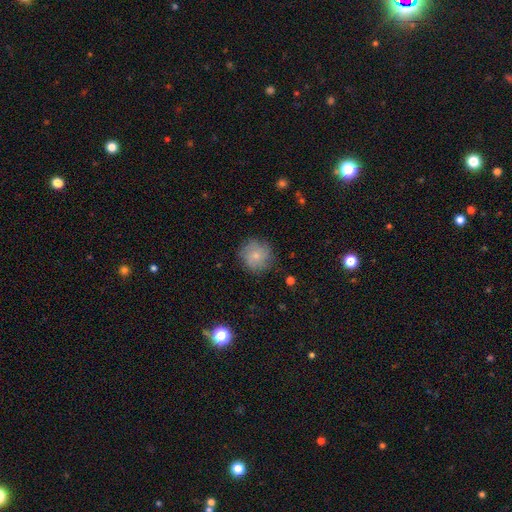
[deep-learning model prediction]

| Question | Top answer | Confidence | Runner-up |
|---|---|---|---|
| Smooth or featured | smooth | 66% | featured or disk (24%) |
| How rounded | round | 92% | in between (7%) |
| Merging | none | 80% | minor disturbance (14%) |